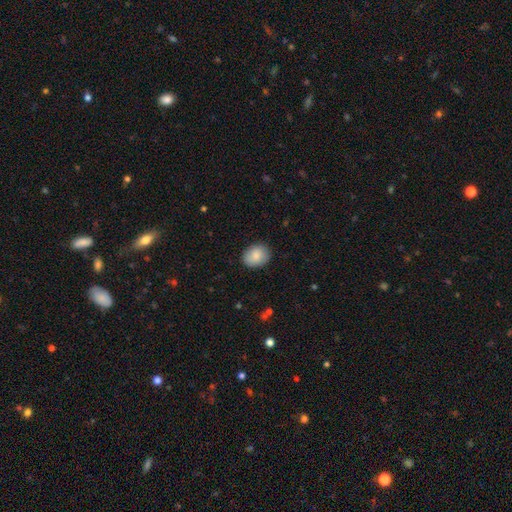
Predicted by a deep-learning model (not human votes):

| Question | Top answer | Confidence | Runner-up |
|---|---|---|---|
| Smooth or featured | smooth | 85% | featured or disk (9%) |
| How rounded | in between | 52% | round (47%) |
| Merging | none | 85% | minor disturbance (11%) |